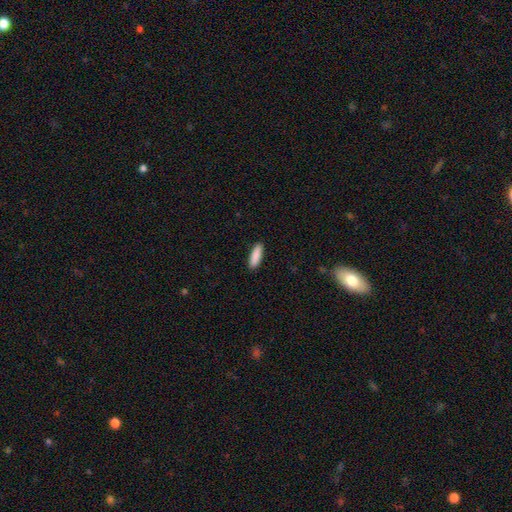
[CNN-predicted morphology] smooth_or_featured: smooth (p=0.90) [alt: star or artifact p=0.06]
how_rounded: cigar-shaped (p=0.51) [alt: in between p=0.47]
merging: none (p=0.91) [alt: minor disturbance p=0.07]